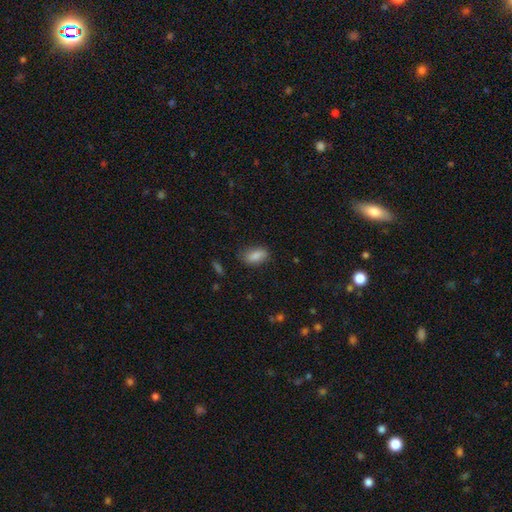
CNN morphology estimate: A smooth galaxy with no disk features (86%) that is in between round and cigar-shaped (89%). Merging: none (78%).